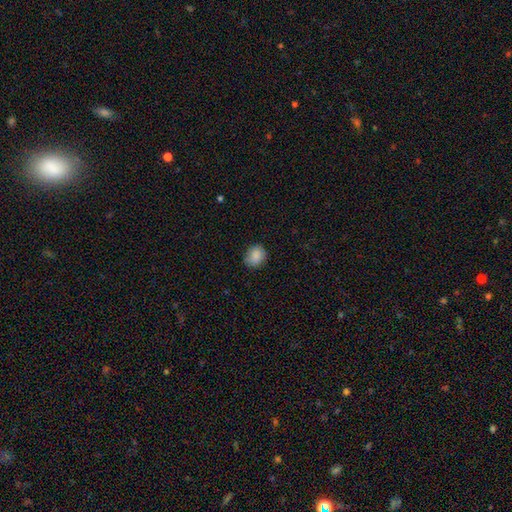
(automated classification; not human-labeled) This is clearly a smooth galaxy (87%). How rounded: likely round (65%). Merging: clearly none (81%).